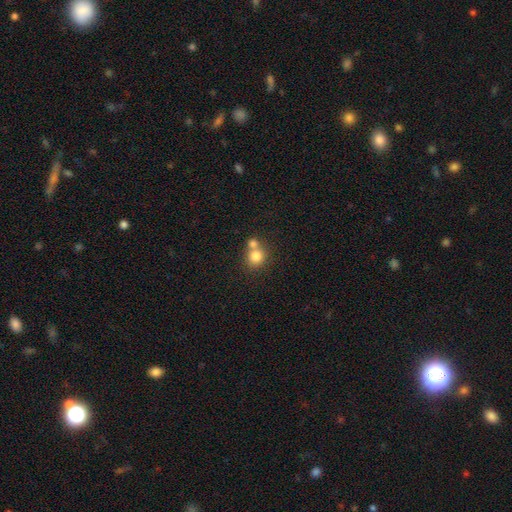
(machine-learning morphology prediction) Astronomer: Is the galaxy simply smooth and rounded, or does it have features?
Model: smooth — 80%.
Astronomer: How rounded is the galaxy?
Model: round — 84%.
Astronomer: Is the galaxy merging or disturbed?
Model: merger — 46% (runner-up: none, 44%).